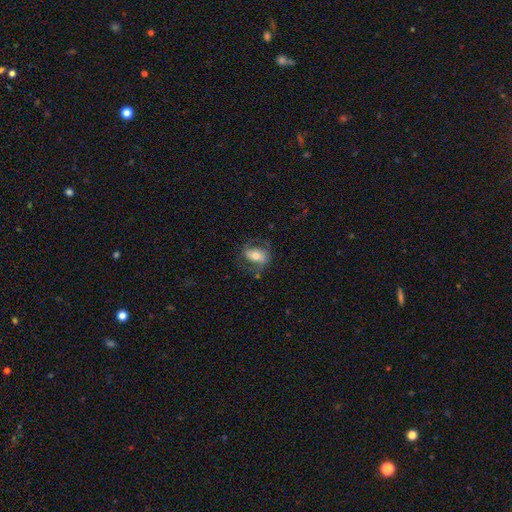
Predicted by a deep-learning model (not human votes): Smooth or featured? Predicted: smooth (p=0.48). Merging? Predicted: none (p=0.60).